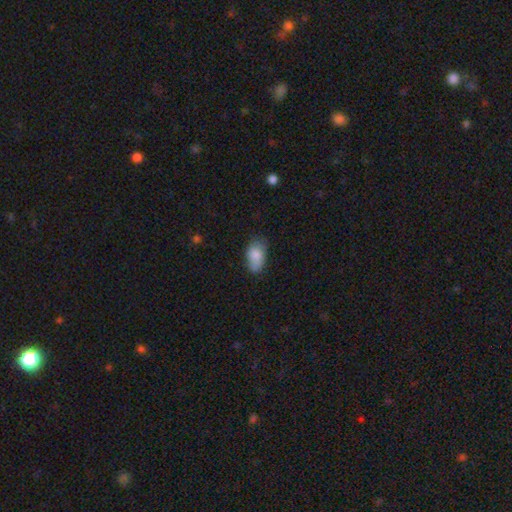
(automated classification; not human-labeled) smooth 83%, featured or disk 10%, star or artifact 8%. Down the decision tree: how rounded — in between (92%); merging — none (59%).